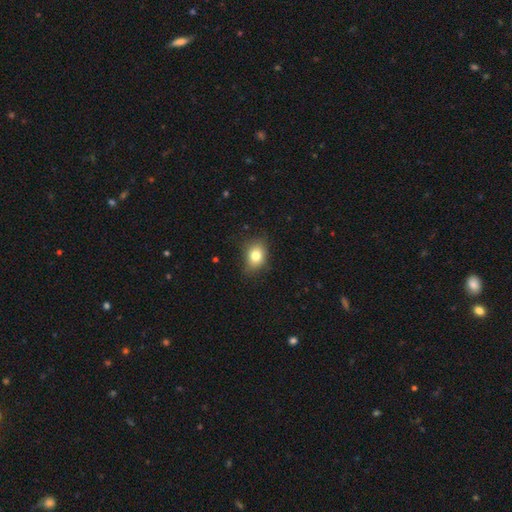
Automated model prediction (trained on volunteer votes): The model was most divided on "how rounded": in between: 61%, round: 37%, cigar-shaped: 1%. More confident: smooth or featured — smooth (79%); merging — none (73%).